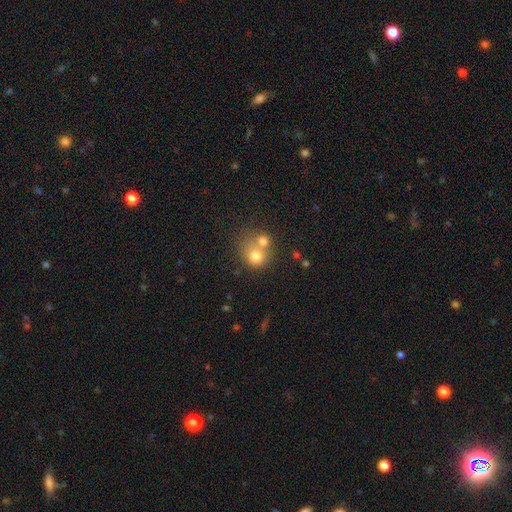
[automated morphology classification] Smooth or featured? smooth (72%)
How rounded? round (74%)
Merging? merger (54%)